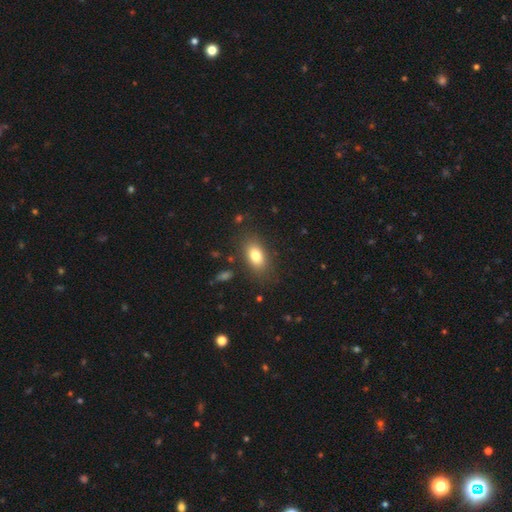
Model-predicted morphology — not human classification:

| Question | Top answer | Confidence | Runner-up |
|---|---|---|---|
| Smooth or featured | smooth | 79% | featured or disk (12%) |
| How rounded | in between | 87% | round (9%) |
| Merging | none | 83% | minor disturbance (11%) |